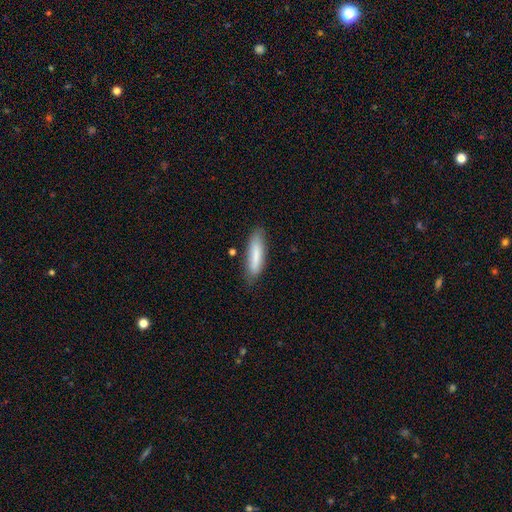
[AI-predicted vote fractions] A smooth galaxy with no disk features (79%) that is cigar-shaped (67%).

Vote fractions:
- Smooth or featured? smooth: 79% / featured or disk: 15% / star or artifact: 6%
- How rounded? cigar-shaped: 67% / in between: 32% / round: 1%
- Merging? none: 75% / minor disturbance: 19% / major disturbance: 4% / merger: 2%